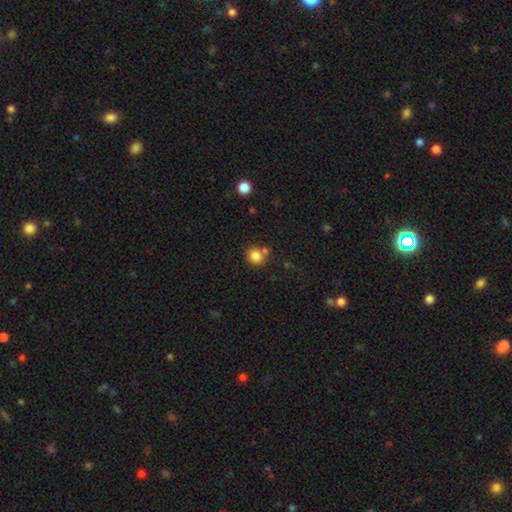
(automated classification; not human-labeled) Smooth or featured? smooth (83%)
How rounded? round (77%)
Merging? none (66%)